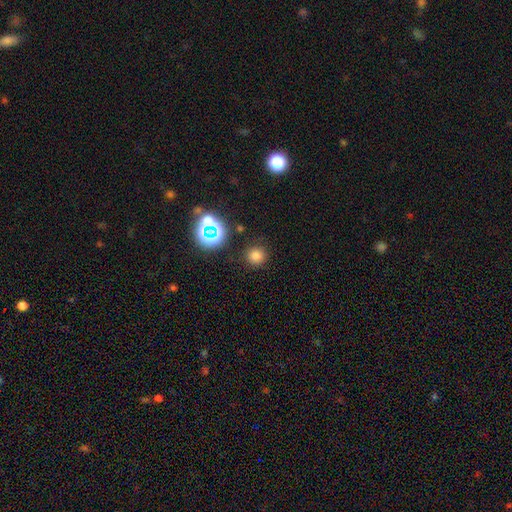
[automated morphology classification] type=smooth (75%); roundness=round (93%); merging=none (88%).